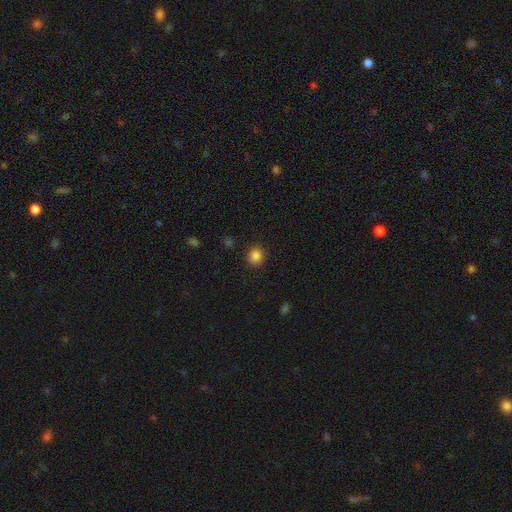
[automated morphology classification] Smooth or featured?
  - smooth: 83% *
  - star or artifact: 12%
  - featured or disk: 5%
How rounded?
  - round: 87% *
  - in between: 12%
  - cigar-shaped: 1%
Merging?
  - none: 89% *
  - minor disturbance: 8%
  - major disturbance: 2%
  - merger: 1%